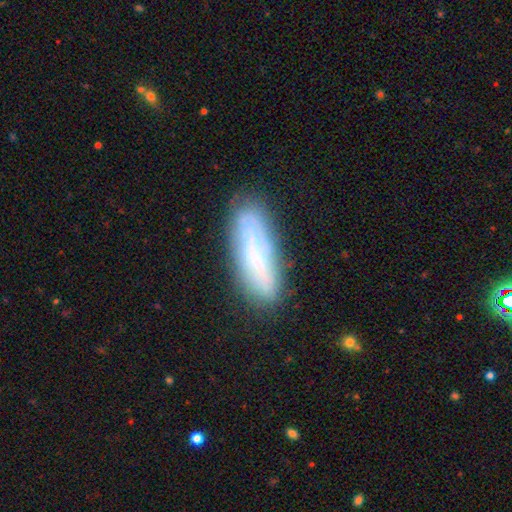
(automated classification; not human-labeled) Smooth or featured?
  - featured or disk: 47% *
  - smooth: 43%
  - star or artifact: 9%
Merging?
  - none: 72% *
  - minor disturbance: 19%
  - major disturbance: 6%
  - merger: 3%